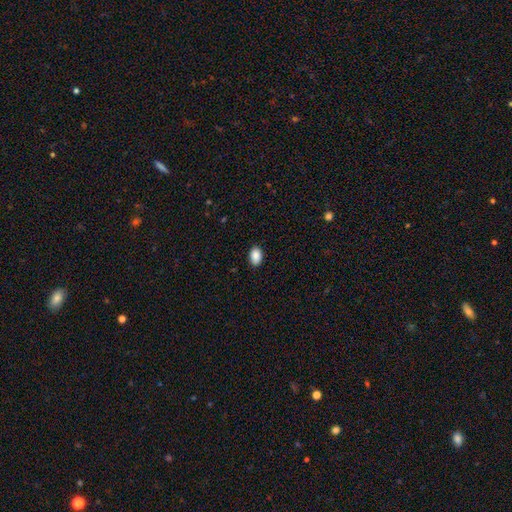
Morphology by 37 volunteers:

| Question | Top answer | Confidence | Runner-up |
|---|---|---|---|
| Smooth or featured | smooth | 89% | featured or disk (5%) |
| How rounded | in between | 85% | round (12%) |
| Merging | none | 80% | minor disturbance (20%) |